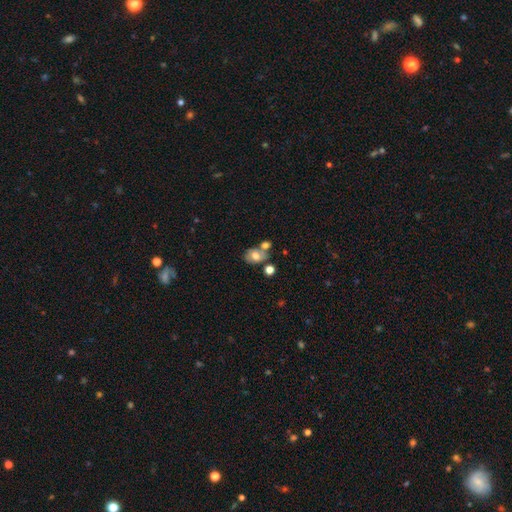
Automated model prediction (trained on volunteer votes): Overall: smooth (58%; featured or disk 31%). How rounded: in between (63%; round 36%). Merging: none (43%; merger 33%).